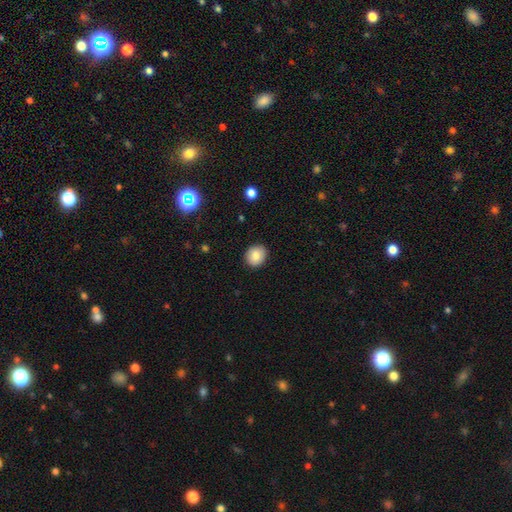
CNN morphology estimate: smooth 84%, star or artifact 9%, featured or disk 8%. Down the decision tree: how rounded — round (79%); merging — none (90%).